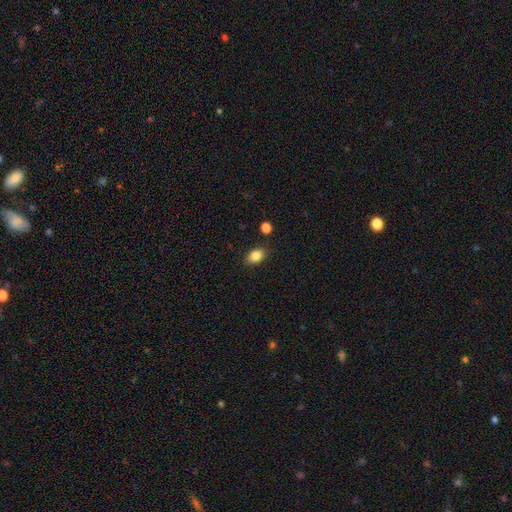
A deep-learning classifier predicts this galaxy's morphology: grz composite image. It shows a smooth galaxy with no disk features (85%) that is in between round and cigar-shaped (81%). Merging: none (84%).